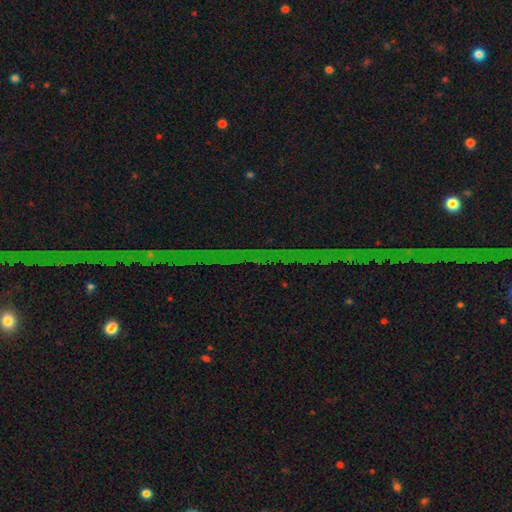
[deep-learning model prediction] smooth-or-featured: star or artifact: 82% | featured or disk: 11% | smooth: 7%